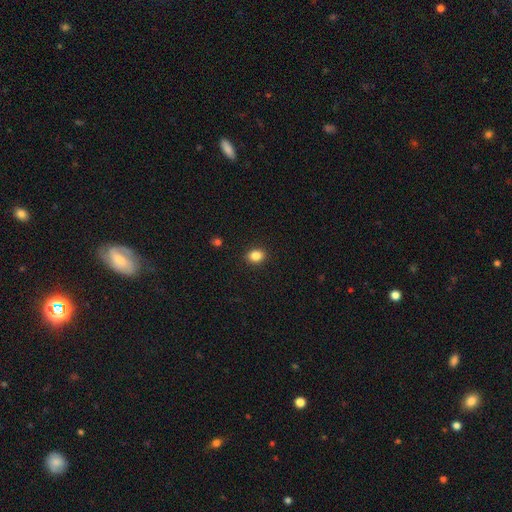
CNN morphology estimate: smooth_or_featured: smooth (p=0.86) [alt: star or artifact p=0.10]
how_rounded: in between (p=0.56) [alt: round p=0.43]
merging: none (p=0.90) [alt: minor disturbance p=0.07]